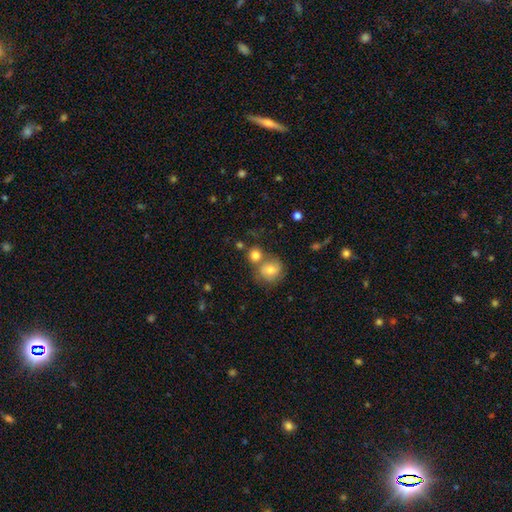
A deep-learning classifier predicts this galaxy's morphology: smooth 74%, featured or disk 16%, star or artifact 10%. Down the decision tree: how rounded — round (84%); merging — none (47%).